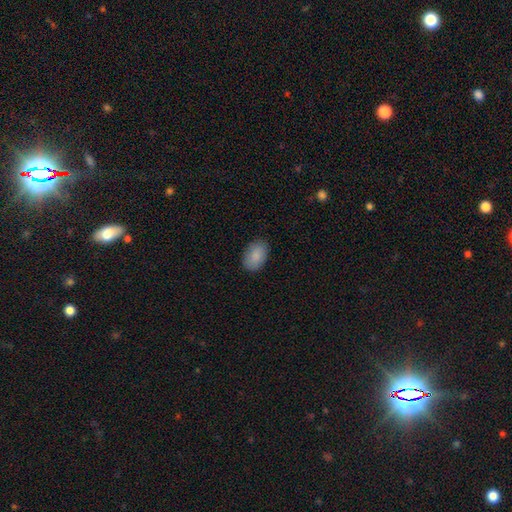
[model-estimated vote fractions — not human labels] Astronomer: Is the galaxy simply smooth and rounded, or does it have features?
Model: smooth — 89%.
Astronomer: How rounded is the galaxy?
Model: in between — 89%.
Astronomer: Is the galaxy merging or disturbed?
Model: none — 84%.